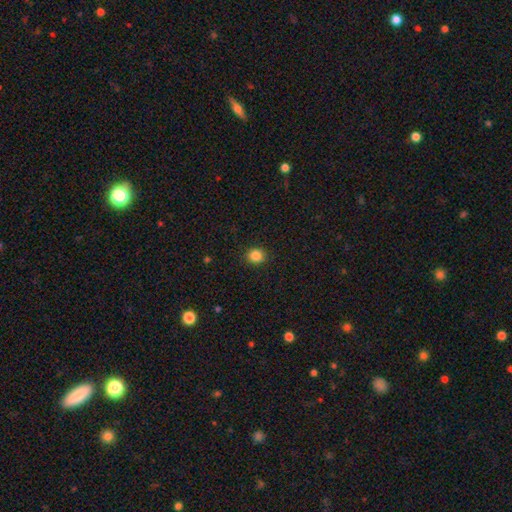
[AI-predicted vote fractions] smooth-or-featured: smooth: 86% | star or artifact: 11% | featured or disk: 4%
  how-rounded: round: 82% | in between: 17% | cigar-shaped: 1%
  merging: none: 90% | minor disturbance: 7% | major disturbance: 2% | merger: 1%